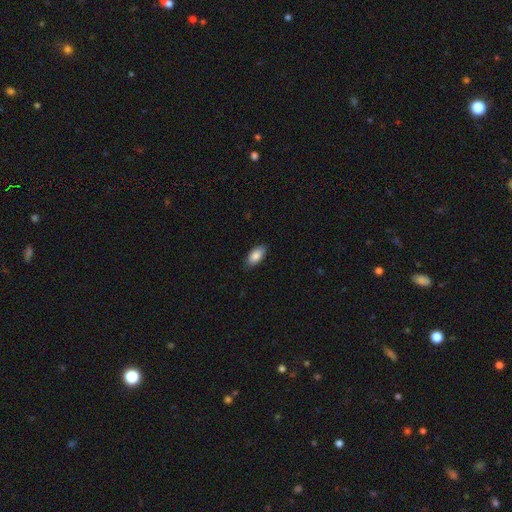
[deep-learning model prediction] Smooth or featured?
  - smooth: 86% *
  - featured or disk: 7%
  - star or artifact: 6%
How rounded?
  - in between: 92% *
  - cigar-shaped: 5%
  - round: 3%
Merging?
  - none: 86% *
  - minor disturbance: 11%
  - major disturbance: 2%
  - merger: 1%